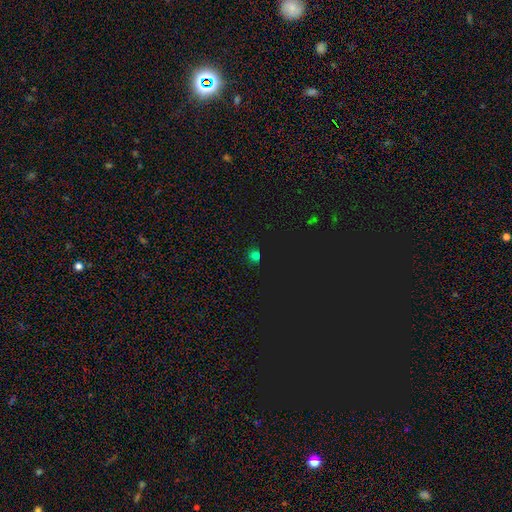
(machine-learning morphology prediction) smooth-or-featured: smooth: 57% | star or artifact: 38% | featured or disk: 5%
  how-rounded: round: 79% | in between: 19% | cigar-shaped: 1%
  merging: none: 81% | minor disturbance: 12% | major disturbance: 3% | merger: 3%